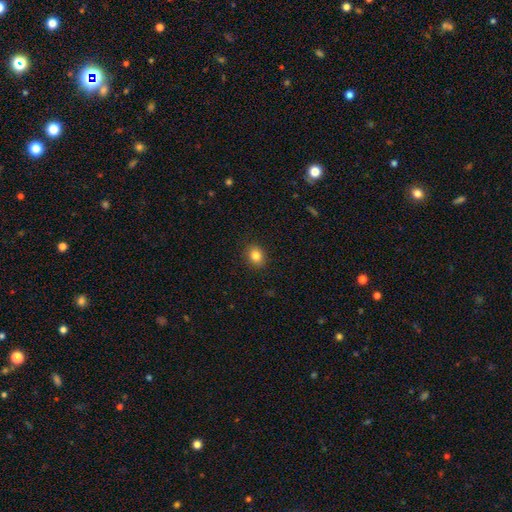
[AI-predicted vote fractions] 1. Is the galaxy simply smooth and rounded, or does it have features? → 84% smooth, 10% star or artifact, 6% featured or disk.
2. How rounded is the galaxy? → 55% round, 44% in between, 1% cigar-shaped.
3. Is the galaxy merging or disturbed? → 89% none, 8% minor disturbance, 2% major disturbance, 1% merger.